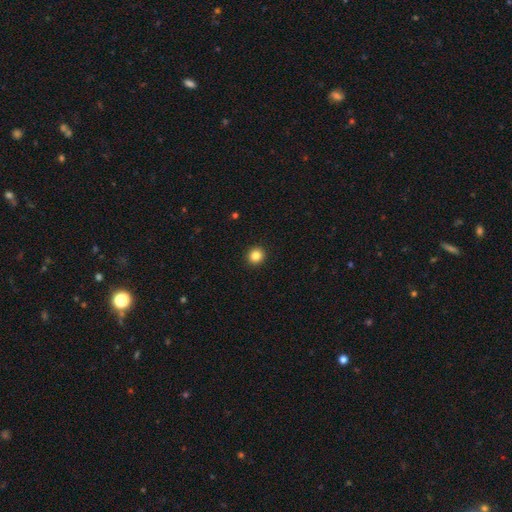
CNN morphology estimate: The model was most divided on "smooth or featured": smooth: 84%, star or artifact: 11%, featured or disk: 5%. More confident: merging — none (94%); how rounded — round (92%).